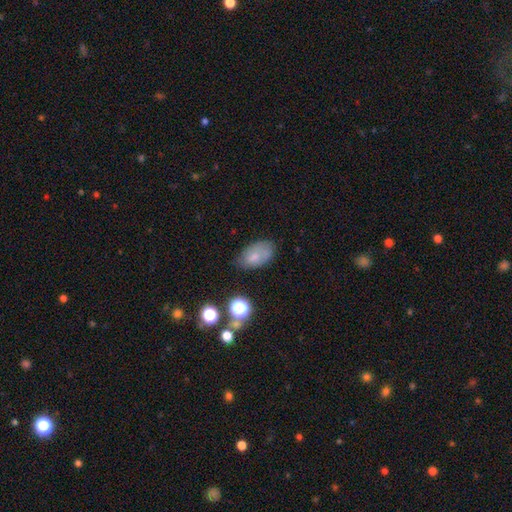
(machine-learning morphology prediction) The model was most divided on "merging": none: 63%, minor disturbance: 25%, major disturbance: 8%, merger: 3%. More confident: how rounded — in between (90%); smooth or featured — smooth (69%).